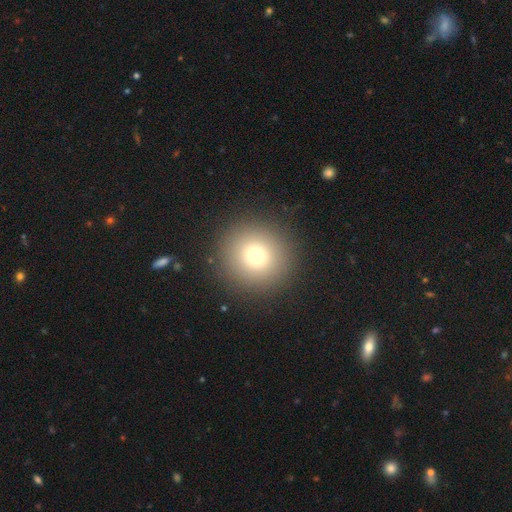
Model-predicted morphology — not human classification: Smooth or featured? smooth (74%)
How rounded? round (94%)
Merging? none (91%)